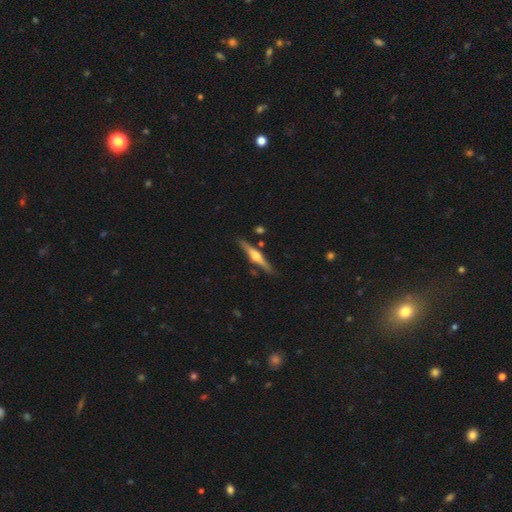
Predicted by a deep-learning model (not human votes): Overall: featured or disk (72%). Edge-on disk: yes (98%). Edge-on bulge: rounded (93%). Merging: none (86%).